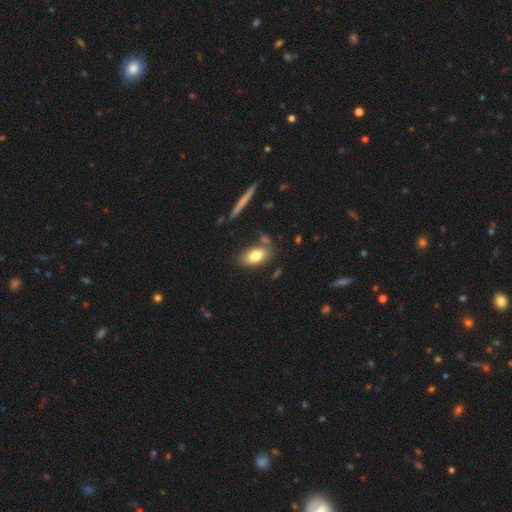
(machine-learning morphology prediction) type=smooth (78%); roundness=in between (89%); merging=none (73%).